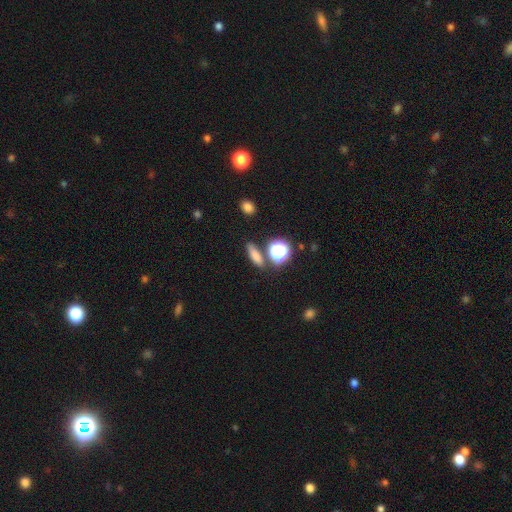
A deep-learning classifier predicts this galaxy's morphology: smooth_or_featured: smooth (p=0.70) [alt: star or artifact p=0.18]
how_rounded: in between (p=0.43) [alt: cigar-shaped p=0.36]
merging: none (p=0.77) [alt: minor disturbance p=0.11]